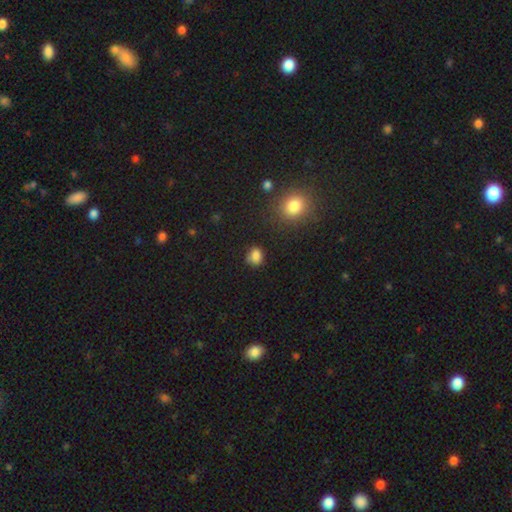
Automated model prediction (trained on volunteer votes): smooth_or_featured: smooth (p=0.82) [alt: star or artifact p=0.12]
how_rounded: round (p=0.51) [alt: in between p=0.48]
merging: none (p=0.70) [alt: minor disturbance p=0.21]